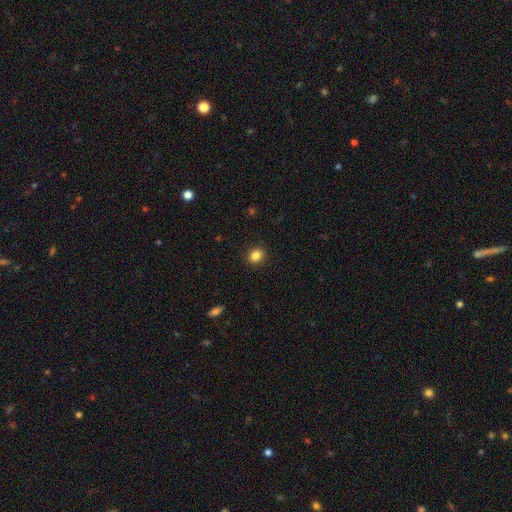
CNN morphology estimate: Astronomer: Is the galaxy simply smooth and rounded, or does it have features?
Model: smooth — 85%.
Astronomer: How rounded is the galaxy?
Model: round — 64%.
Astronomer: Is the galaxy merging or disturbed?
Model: none — 91%.